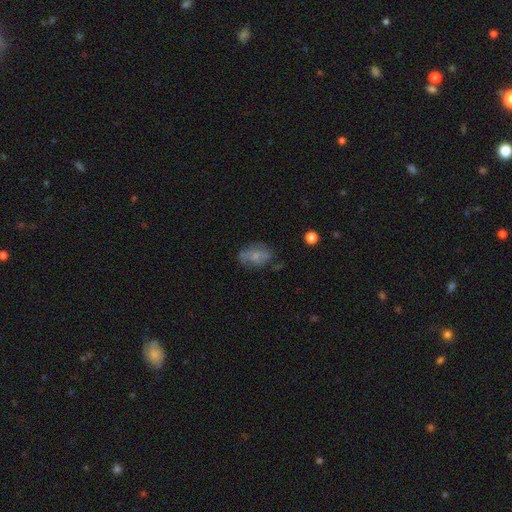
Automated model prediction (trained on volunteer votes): This is possibly a smooth galaxy (59%). How rounded: likely in between (79%). Merging: possibly none (56%).